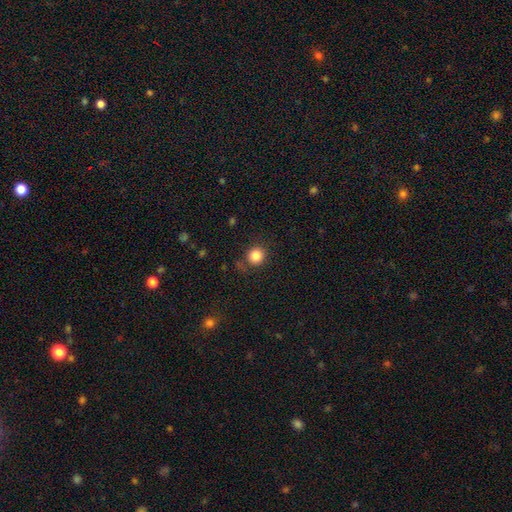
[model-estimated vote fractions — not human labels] Smooth or featured? Predicted: smooth (p=0.84). How rounded? Predicted: round (p=0.92). Merging? Predicted: none (p=0.83).